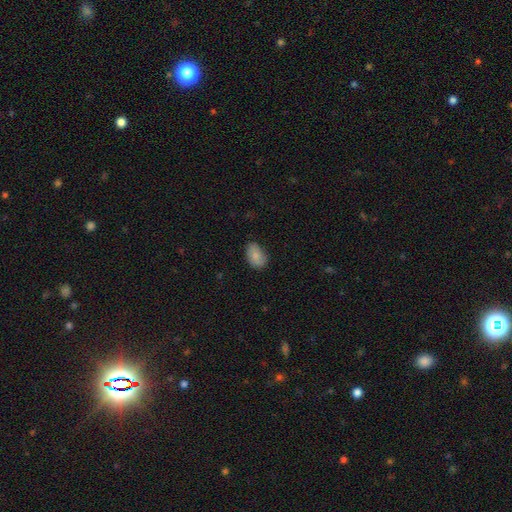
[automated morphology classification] smooth 81%, featured or disk 12%, star or artifact 7%. Down the decision tree: how rounded — in between (89%); merging — none (74%).